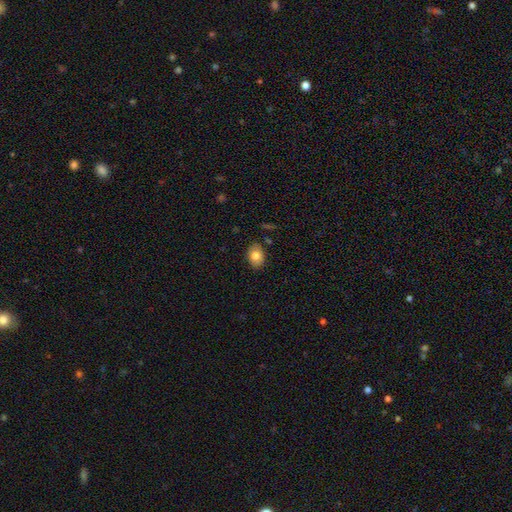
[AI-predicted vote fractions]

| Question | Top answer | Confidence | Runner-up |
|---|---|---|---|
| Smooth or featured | smooth | 80% | featured or disk (12%) |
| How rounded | in between | 72% | round (27%) |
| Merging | none | 84% | minor disturbance (12%) |